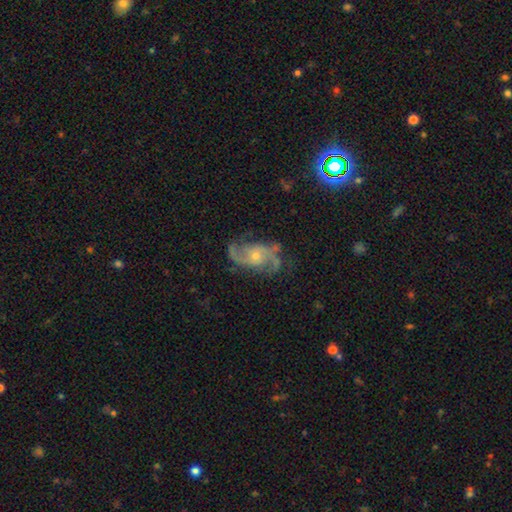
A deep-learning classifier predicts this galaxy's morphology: The model was most divided on "spiral winding": medium: 47%, loose: 36%, tight: 17%. More confident: edge-on disk — no (97%); spiral arms — yes (96%); smooth or featured — featured or disk (86%); spiral arm count — 2 (72%); bar — no (70%); merging — none (68%); bulge size — small (59%).